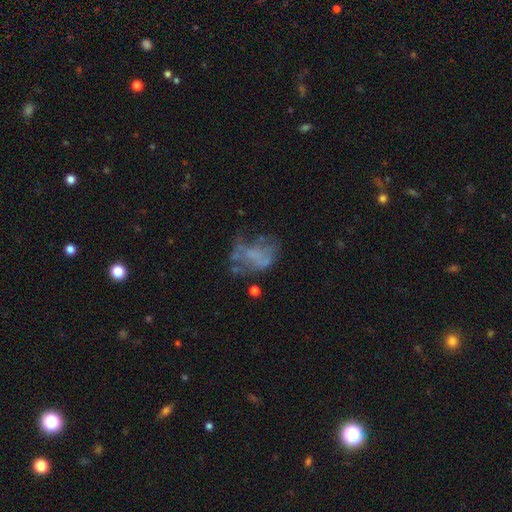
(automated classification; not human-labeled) Smooth or featured? featured or disk (53%)
Edge-on disk? no (98%)
Bar? no (86%)
Spiral arms? no (85%)
Bulge size? none (74%)
Merging? none (40%)